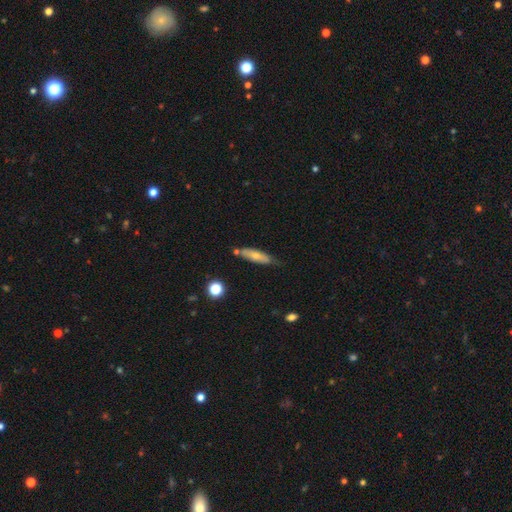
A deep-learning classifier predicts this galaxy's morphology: Overall: smooth (62%; featured or disk 32%). How rounded: cigar-shaped (58%; in between 39%). Merging: none (60%; minor disturbance 26%).